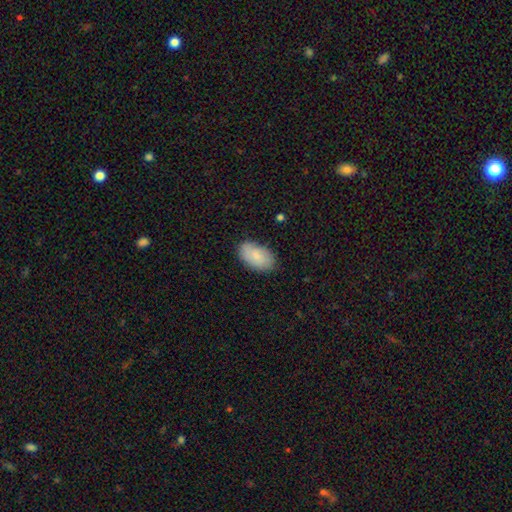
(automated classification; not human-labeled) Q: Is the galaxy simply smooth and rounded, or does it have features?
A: smooth — 84%.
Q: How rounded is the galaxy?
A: in between — 94%.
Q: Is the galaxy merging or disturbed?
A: none — 79%.